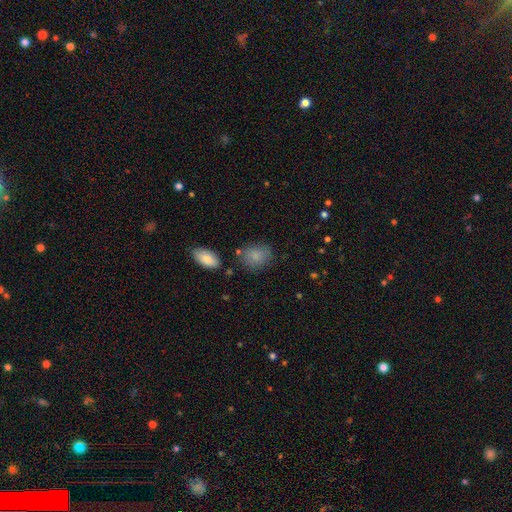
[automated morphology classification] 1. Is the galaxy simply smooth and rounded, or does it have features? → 83% smooth, 9% star or artifact, 8% featured or disk.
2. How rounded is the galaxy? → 57% in between, 41% round, 1% cigar-shaped.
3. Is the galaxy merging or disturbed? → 72% none, 17% minor disturbance, 5% merger, 5% major disturbance.